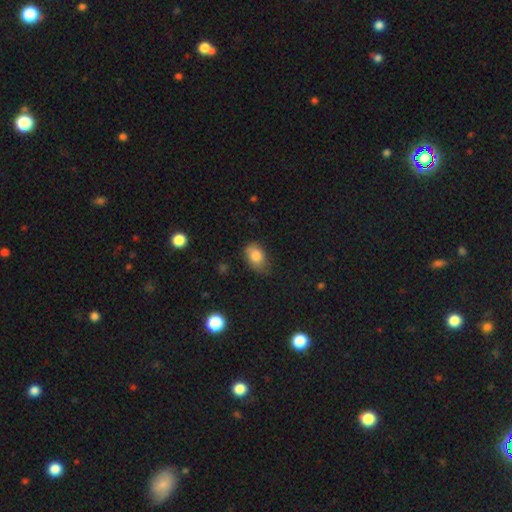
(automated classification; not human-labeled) Smooth or featured? smooth (82%)
How rounded? in between (82%)
Merging? none (64%)